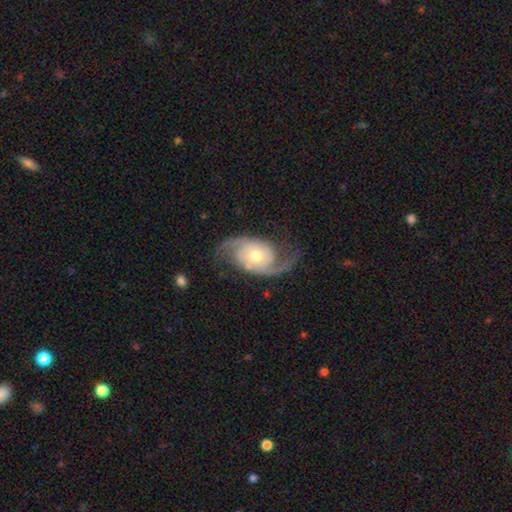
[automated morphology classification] Q: Smooth or featured?
A: featured or disk (90%); runner-up: smooth (5%)
Q: Edge-on disk?
A: no (97%); runner-up: yes (3%)
Q: Bar?
A: no (70%); runner-up: weak (23%)
Q: Spiral arms?
A: yes (98%); runner-up: no (2%)
Q: Spiral winding?
A: medium (48%); runner-up: loose (35%)
Q: Spiral arm count?
A: 2 (93%); runner-up: can't tell (2%)
Q: Bulge size?
A: moderate (54%); runner-up: small (39%)
Q: Merging?
A: none (75%); runner-up: minor disturbance (14%)